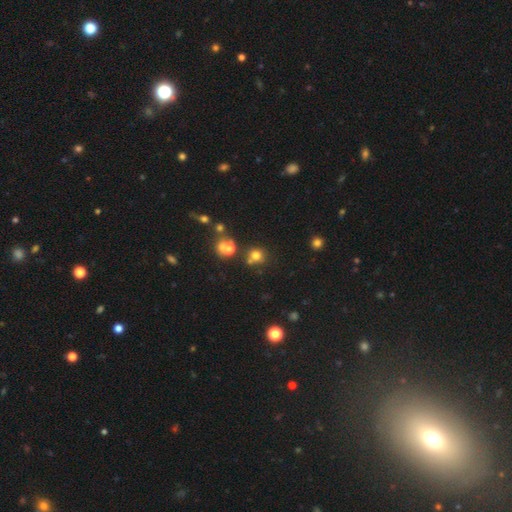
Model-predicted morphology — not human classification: A smooth galaxy with no disk features (72%) that is round (88%).

Vote fractions:
- Smooth or featured? smooth: 72% / star or artifact: 20% / featured or disk: 8%
- How rounded? round: 88% / in between: 11% / cigar-shaped: 1%
- Merging? none: 66% / merger: 21% / minor disturbance: 10% / major disturbance: 4%